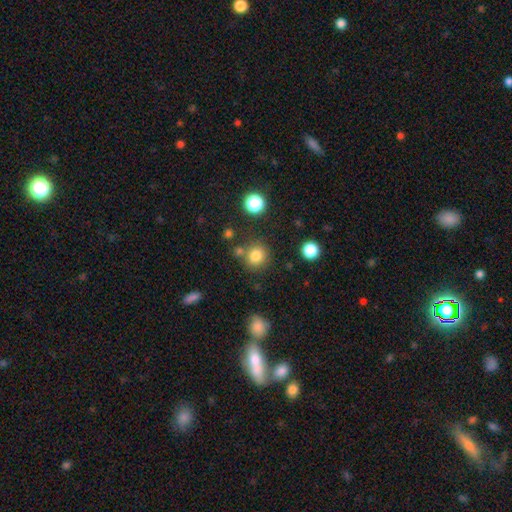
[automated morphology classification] This is clearly a smooth galaxy (82%). How rounded: clearly round (91%). Merging: likely none (77%).